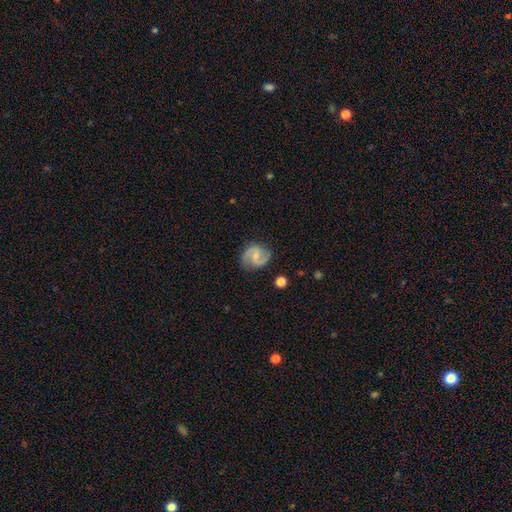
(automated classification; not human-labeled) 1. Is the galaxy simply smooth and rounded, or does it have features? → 75% featured or disk, 18% smooth, 6% star or artifact.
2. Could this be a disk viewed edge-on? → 98% no, 2% yes.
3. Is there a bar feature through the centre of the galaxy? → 49% weak, 39% no, 12% strong.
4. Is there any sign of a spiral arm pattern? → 94% yes, 6% no.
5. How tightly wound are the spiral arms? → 52% medium, 26% loose, 22% tight.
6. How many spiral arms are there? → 89% 2, 5% can't tell, 2% 1, 2% 3, 1% 4, 1% more than 4.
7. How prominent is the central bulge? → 55% small, 35% moderate, 7% none, 1% large, 1% dominant.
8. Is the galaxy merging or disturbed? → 77% none, 17% minor disturbance, 5% major disturbance, 2% merger.